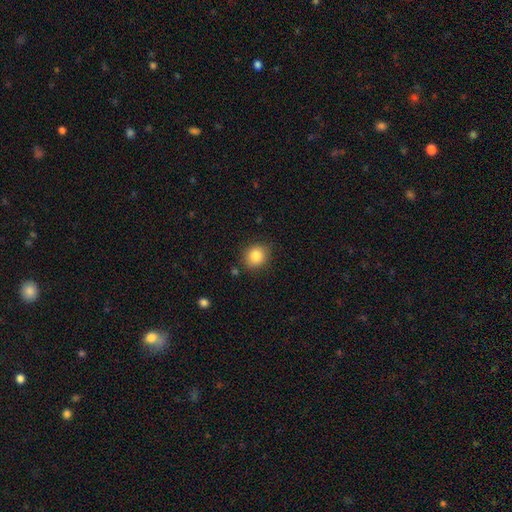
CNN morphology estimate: The model was most divided on "how rounded": round: 78%, in between: 21%, cigar-shaped: 1%. More confident: merging — none (84%); smooth or featured — smooth (84%).